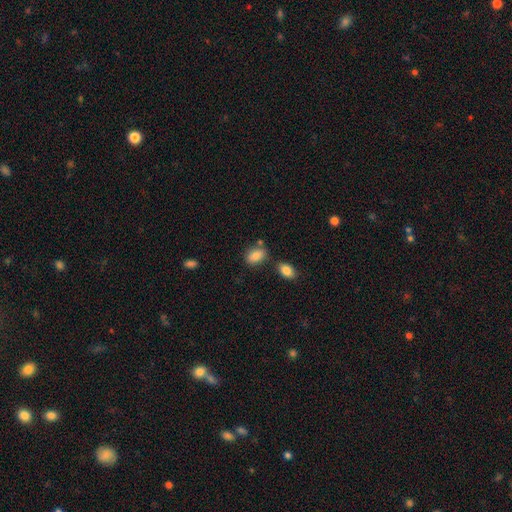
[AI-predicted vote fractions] smooth-or-featured: smooth: 85% | star or artifact: 8% | featured or disk: 6%
  how-rounded: in between: 83% | round: 15% | cigar-shaped: 2%
  merging: none: 69% | minor disturbance: 15% | merger: 12% | major disturbance: 4%